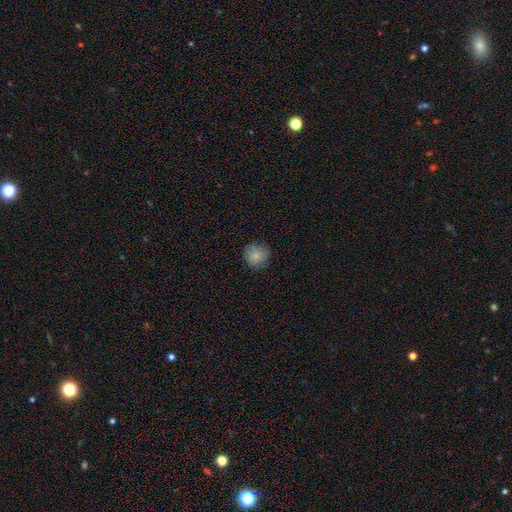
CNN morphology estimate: Overall: smooth (83%). How rounded: round (91%). Merging: none (82%).